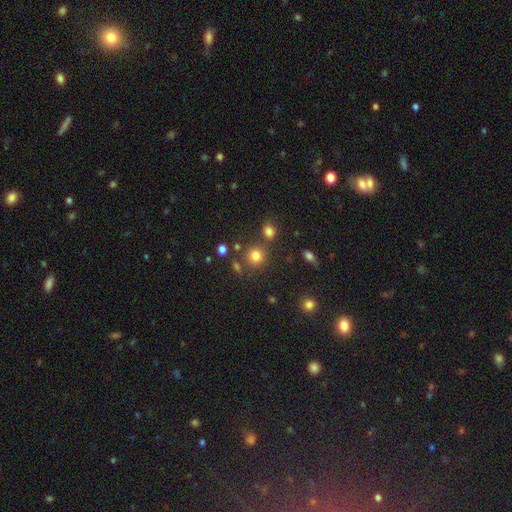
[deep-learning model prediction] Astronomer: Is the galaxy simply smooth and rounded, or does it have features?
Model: smooth — 79%.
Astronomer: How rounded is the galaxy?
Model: round — 85%.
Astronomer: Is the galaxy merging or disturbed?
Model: none — 73%.